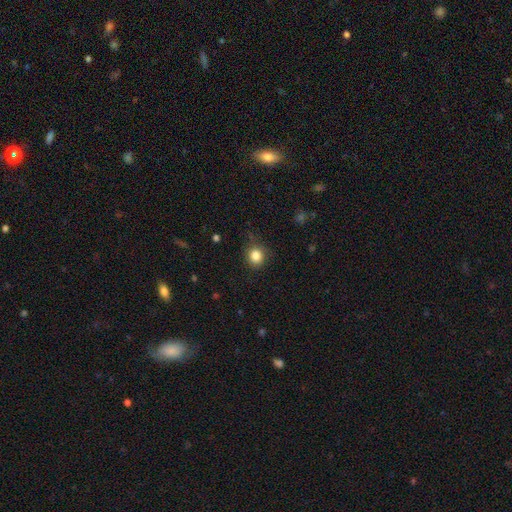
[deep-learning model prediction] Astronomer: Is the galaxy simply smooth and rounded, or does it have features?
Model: smooth — 84%.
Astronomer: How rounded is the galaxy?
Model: round — 86%.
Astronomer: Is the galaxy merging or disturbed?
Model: none — 83%.